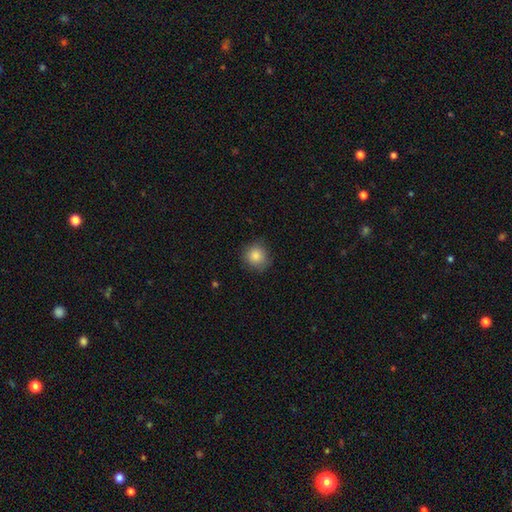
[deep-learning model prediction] This appears to be a smooth galaxy with no disk features (86%) that is round (91%). Merging: none (84%).